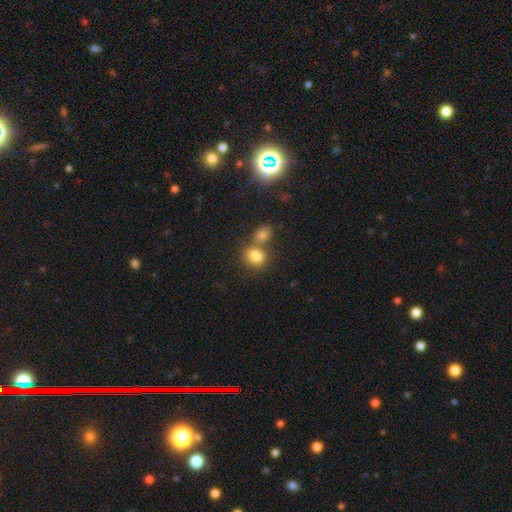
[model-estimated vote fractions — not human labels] Smooth or featured? Predicted: smooth (p=0.81). How rounded? Predicted: round (p=0.59). Merging? Predicted: none (p=0.46).